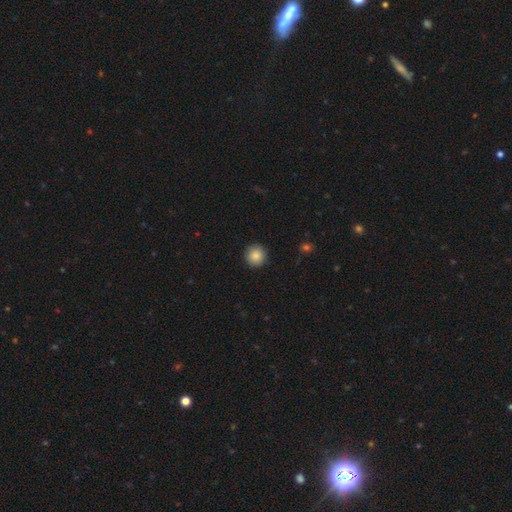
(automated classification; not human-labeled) Smooth or featured: smooth — 88% (star or artifact — 8%)
How rounded: round — 95% (in between — 4%)
Merging: none — 92% (minor disturbance — 5%)